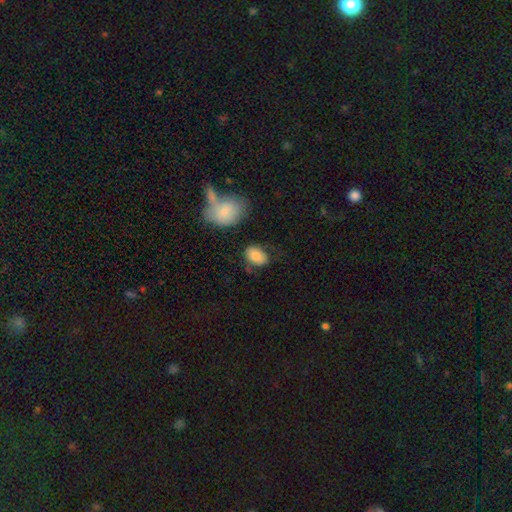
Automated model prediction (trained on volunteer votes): smooth_or_featured: smooth (p=0.83) [alt: featured or disk p=0.10]
how_rounded: in between (p=0.81) [alt: round p=0.18]
merging: none (p=0.61) [alt: minor disturbance p=0.23]